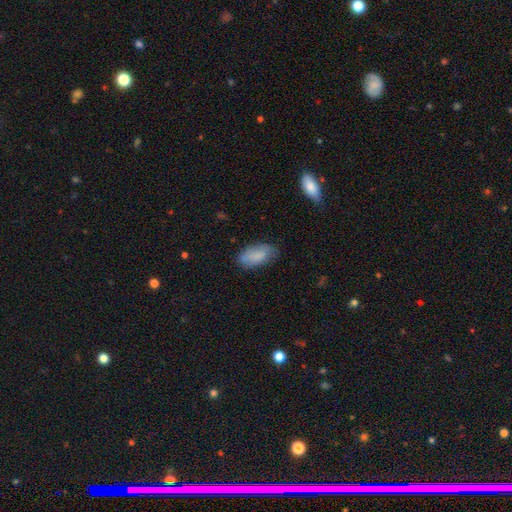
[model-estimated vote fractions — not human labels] This appears to be a smooth galaxy with no disk features (81%) that is in between round and cigar-shaped (90%). Merging: none (70%).